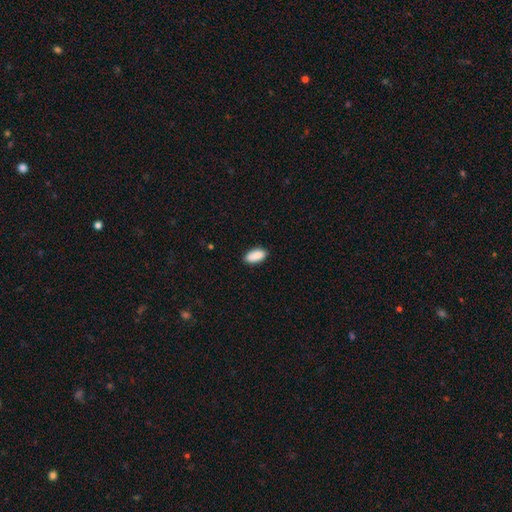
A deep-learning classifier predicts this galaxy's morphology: Smooth or featured? smooth (89%)
How rounded? in between (93%)
Merging? none (85%)